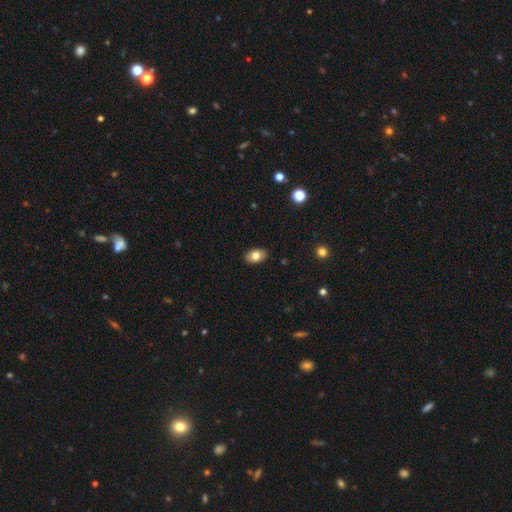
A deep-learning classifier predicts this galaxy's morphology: A smooth galaxy with no disk features (80%) that is in between round and cigar-shaped (86%). Merging: none (88%).